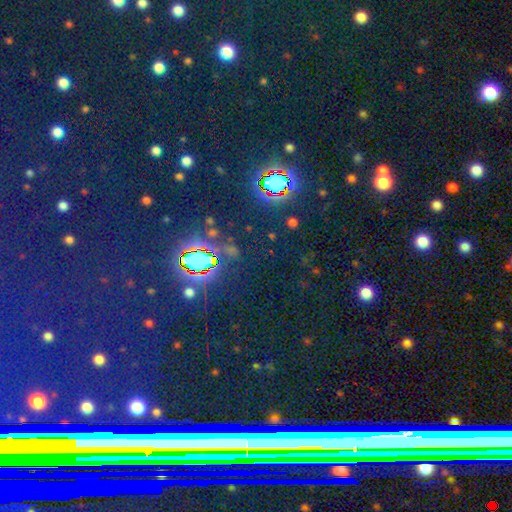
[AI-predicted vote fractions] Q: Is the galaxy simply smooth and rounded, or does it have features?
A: star or artifact — 77%.